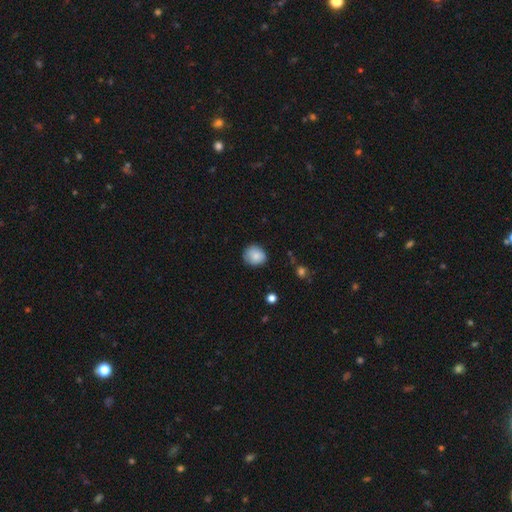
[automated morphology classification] Smooth or featured? Predicted: smooth (p=0.86). How rounded? Predicted: round (p=0.75). Merging? Predicted: none (p=0.77).